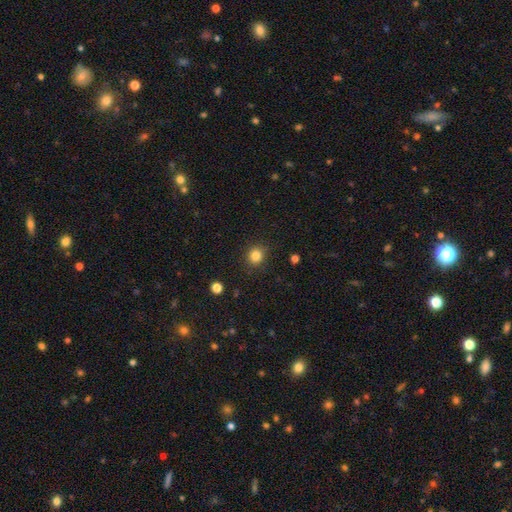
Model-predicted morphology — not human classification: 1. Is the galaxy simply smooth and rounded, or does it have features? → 83% smooth, 12% star or artifact, 5% featured or disk.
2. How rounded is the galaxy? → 86% round, 13% in between, 1% cigar-shaped.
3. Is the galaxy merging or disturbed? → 88% none, 8% minor disturbance, 3% major disturbance, 1% merger.